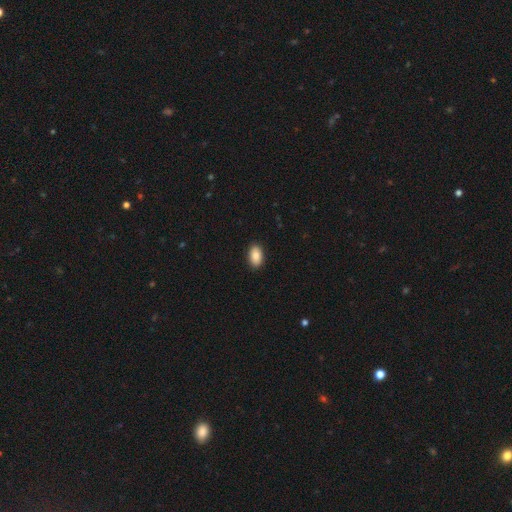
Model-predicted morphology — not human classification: Smooth or featured?
  - smooth: 86% *
  - star or artifact: 7%
  - featured or disk: 7%
How rounded?
  - in between: 93% *
  - round: 5%
  - cigar-shaped: 2%
Merging?
  - none: 90% *
  - minor disturbance: 7%
  - major disturbance: 2%
  - merger: 1%